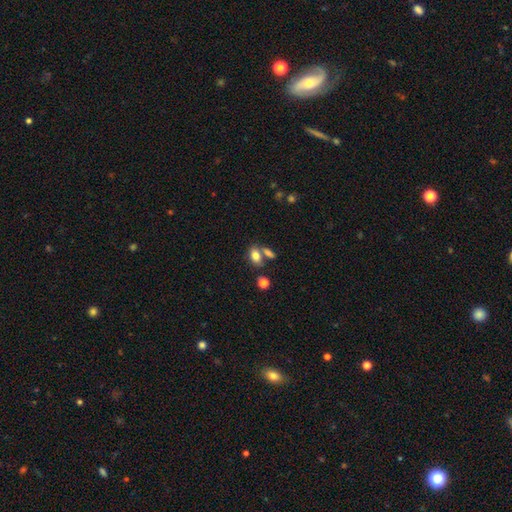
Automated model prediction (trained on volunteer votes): A smooth galaxy with no disk features (78%) that is in between round and cigar-shaped (84%).

Vote fractions:
- Smooth or featured? smooth: 78% / featured or disk: 12% / star or artifact: 10%
- How rounded? in between: 84% / round: 12% / cigar-shaped: 4%
- Merging? none: 54% / merger: 29% / minor disturbance: 12% / major disturbance: 5%